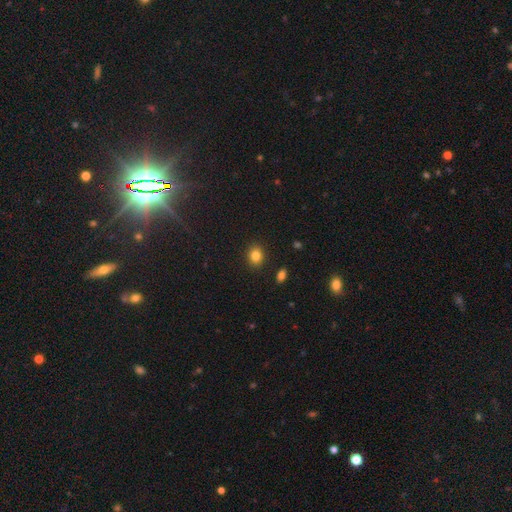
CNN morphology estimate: A smooth galaxy with no disk features (83%) that is round (57%). Merging: none (89%).